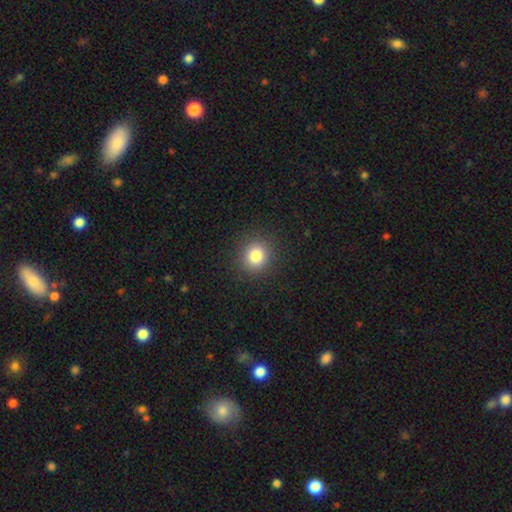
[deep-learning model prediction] Q: Smooth or featured?
A: smooth (82%); runner-up: star or artifact (12%)
Q: How rounded?
A: round (87%); runner-up: in between (12%)
Q: Merging?
A: none (90%); runner-up: minor disturbance (6%)